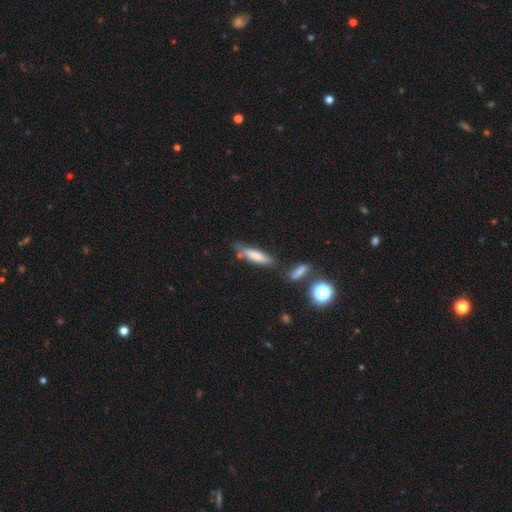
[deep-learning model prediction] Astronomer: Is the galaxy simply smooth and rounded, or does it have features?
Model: smooth — 72%.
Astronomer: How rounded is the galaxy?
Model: cigar-shaped — 72%.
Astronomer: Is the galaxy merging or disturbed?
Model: none — 64%.